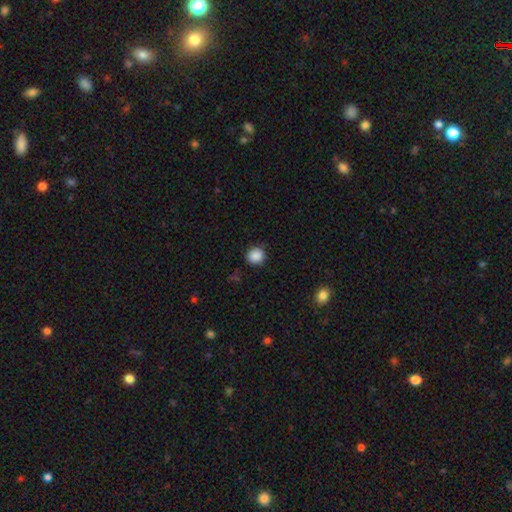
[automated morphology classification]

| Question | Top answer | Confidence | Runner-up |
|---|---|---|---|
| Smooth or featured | smooth | 88% | star or artifact (9%) |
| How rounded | round | 88% | in between (11%) |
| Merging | none | 89% | minor disturbance (8%) |